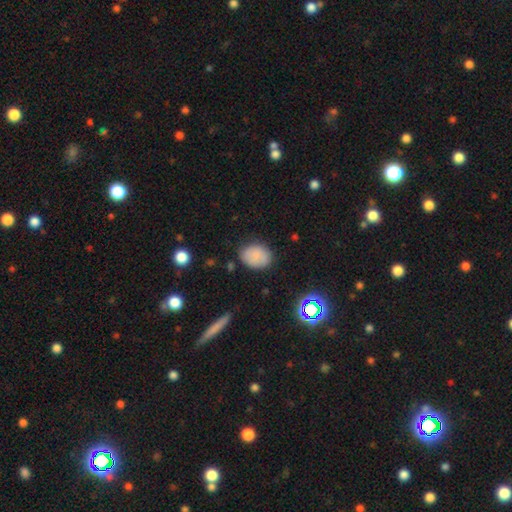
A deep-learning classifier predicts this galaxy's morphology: Smooth or featured? smooth (83%)
How rounded? in between (62%)
Merging? none (79%)